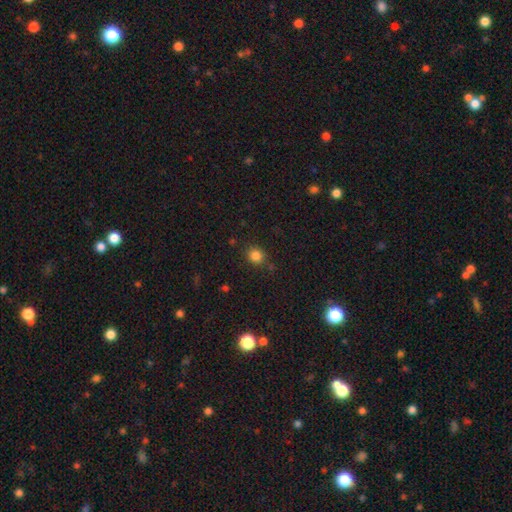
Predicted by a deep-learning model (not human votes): Smooth or featured: smooth — 83% (star or artifact — 13%)
How rounded: round — 80% (in between — 19%)
Merging: none — 80% (minor disturbance — 12%)